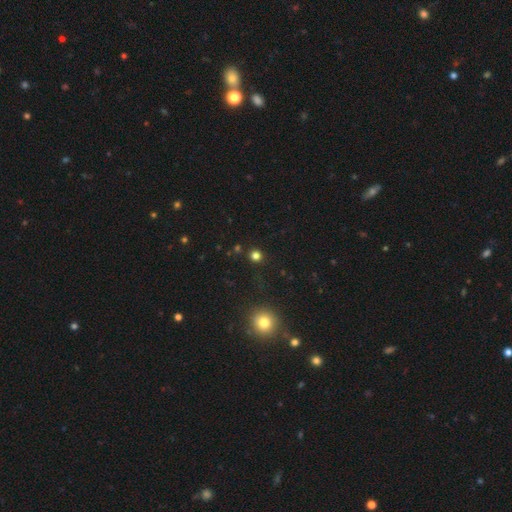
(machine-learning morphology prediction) Smooth or featured: smooth — 78% (star or artifact — 18%)
How rounded: round — 92% (in between — 7%)
Merging: none — 89% (minor disturbance — 6%)